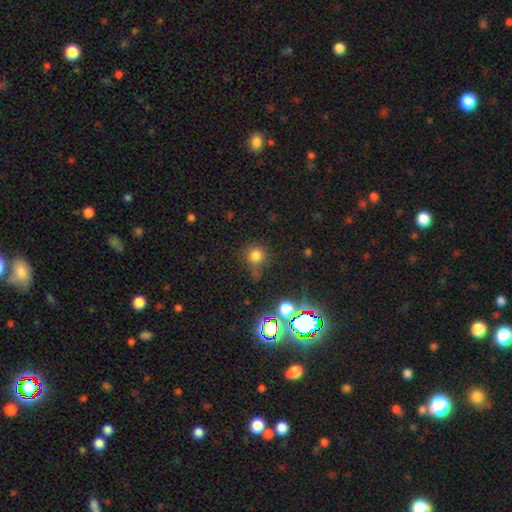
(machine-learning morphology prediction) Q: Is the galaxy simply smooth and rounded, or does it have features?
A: smooth — 74%.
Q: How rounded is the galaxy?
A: round — 87%.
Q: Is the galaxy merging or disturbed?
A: none — 61%.